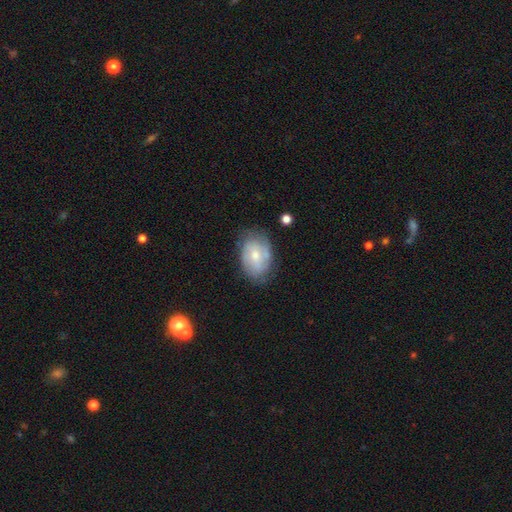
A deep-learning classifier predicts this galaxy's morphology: A featured or disk galaxy (49%).

Vote fractions:
- Smooth or featured? featured or disk: 49% / smooth: 44% / star or artifact: 7%
- Merging? none: 68% / minor disturbance: 23% / major disturbance: 6% / merger: 2%